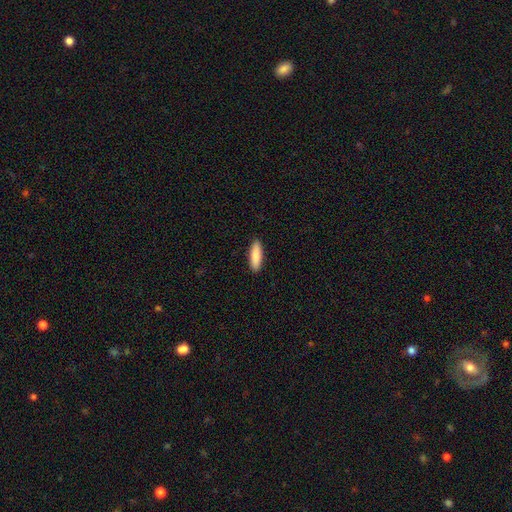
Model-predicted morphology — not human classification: A smooth galaxy with no disk features (88%) that is cigar-shaped (54%). Merging: none (91%).